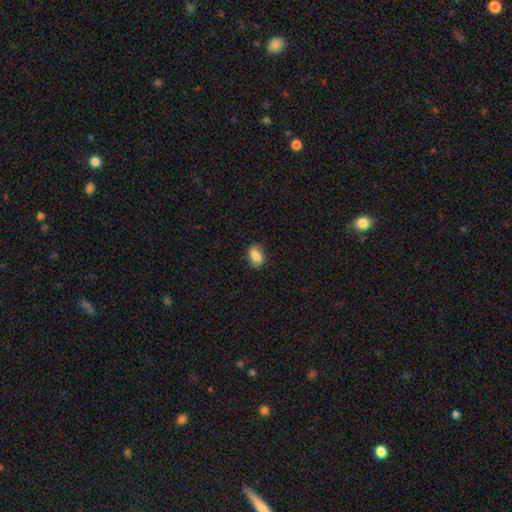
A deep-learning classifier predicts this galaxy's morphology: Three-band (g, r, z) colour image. It shows a smooth galaxy with no disk features (68%) that is in between round and cigar-shaped (76%). Merging: none (81%).